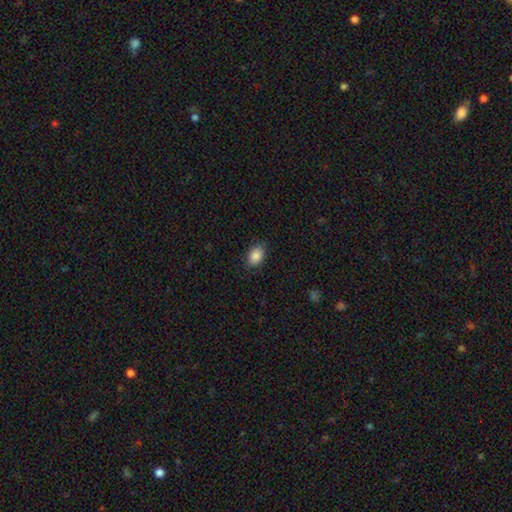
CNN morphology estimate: Overall: smooth (88%). How rounded: in between (84%). Merging: none (85%).